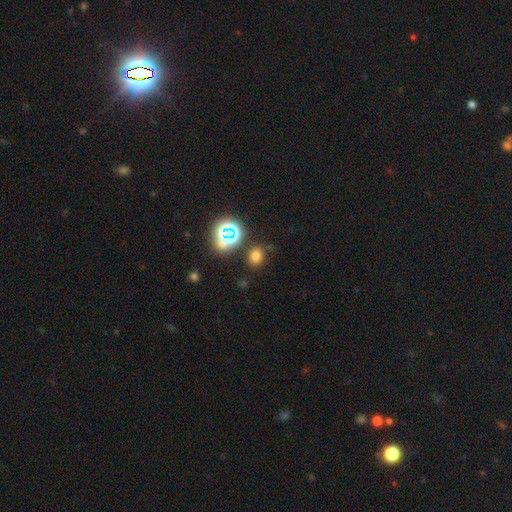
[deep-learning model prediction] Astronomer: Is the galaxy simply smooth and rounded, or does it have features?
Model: smooth — 69%.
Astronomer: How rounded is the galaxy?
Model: in between — 50% (runner-up: round, 48%).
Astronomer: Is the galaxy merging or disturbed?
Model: none — 78%.